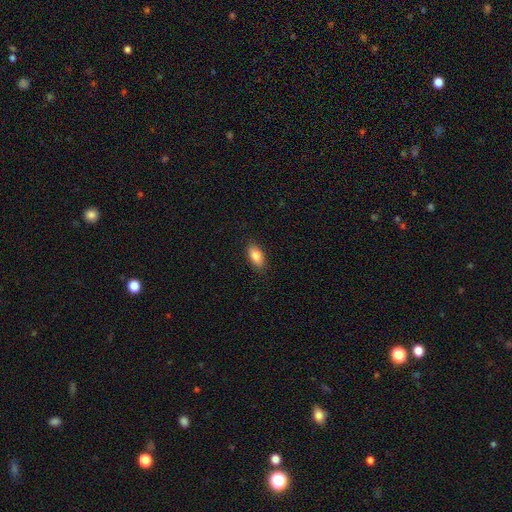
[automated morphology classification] Smooth or featured: smooth — 86% (star or artifact — 7%)
How rounded: in between — 89% (cigar-shaped — 7%)
Merging: none — 86% (minor disturbance — 10%)